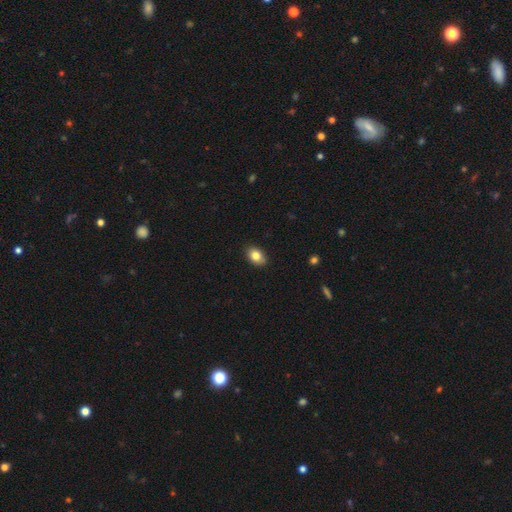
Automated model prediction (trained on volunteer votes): Morphology: type=smooth (83%); roundness=in between (81%); merging=none (87%).